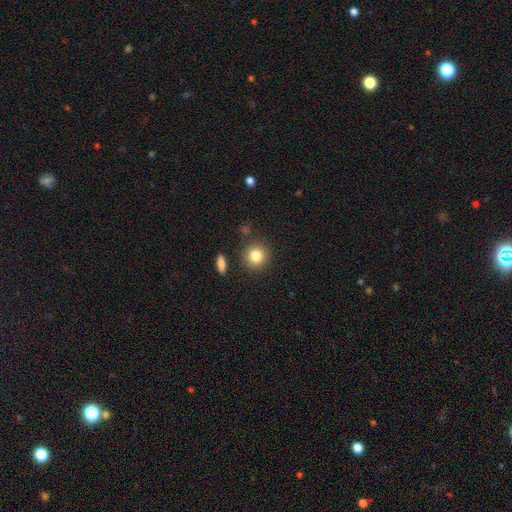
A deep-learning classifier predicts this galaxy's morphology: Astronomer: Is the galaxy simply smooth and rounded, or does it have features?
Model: smooth — 83%.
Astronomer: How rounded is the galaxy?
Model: round — 90%.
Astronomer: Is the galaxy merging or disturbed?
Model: none — 86%.